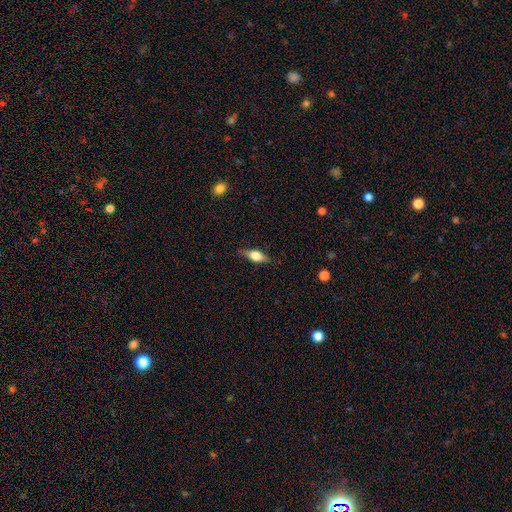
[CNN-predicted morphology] This appears to be a smooth galaxy with no disk features (56%) that is in between round and cigar-shaped (68%). Merging: none (79%).